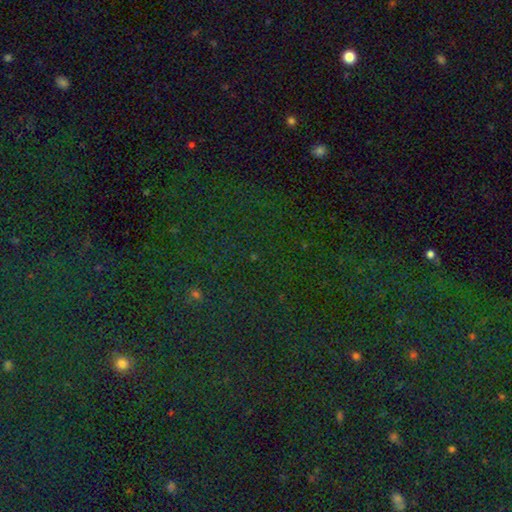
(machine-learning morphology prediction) star or artifact 82%, smooth 11%, featured or disk 8%.